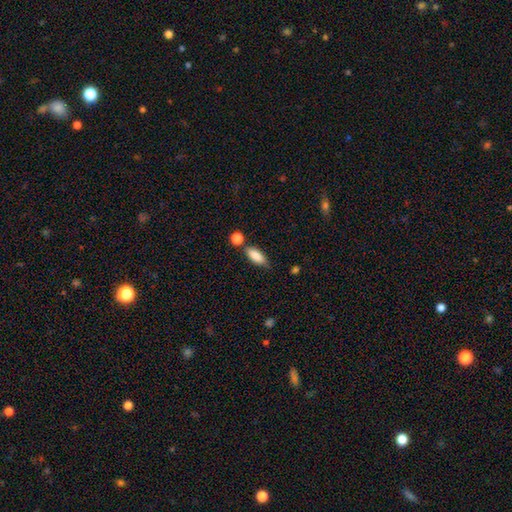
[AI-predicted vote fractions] Morphology: type=smooth (86%); roundness=in between (79%); merging=none (67%).